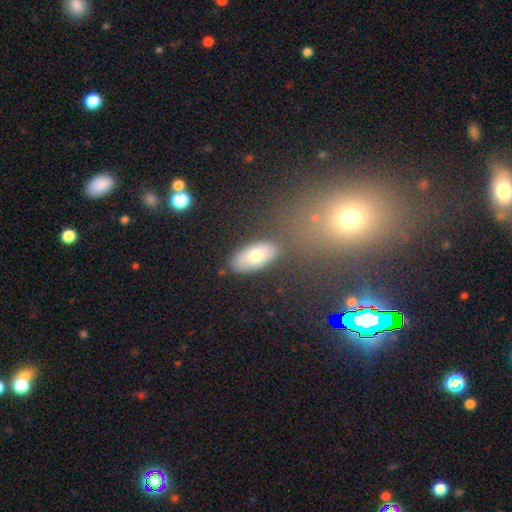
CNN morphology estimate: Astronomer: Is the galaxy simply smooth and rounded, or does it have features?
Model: smooth — 68%.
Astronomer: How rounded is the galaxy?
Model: in between — 91%.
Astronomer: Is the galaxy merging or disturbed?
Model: none — 81%.